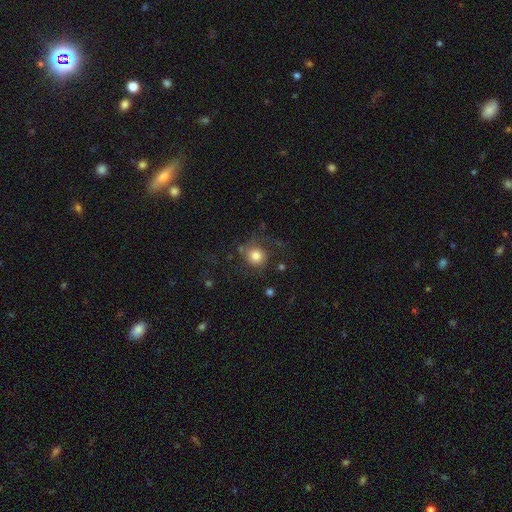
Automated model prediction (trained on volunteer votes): Smooth or featured: smooth — 74% (featured or disk — 16%)
How rounded: round — 88% (in between — 11%)
Merging: none — 61% (major disturbance — 19%)